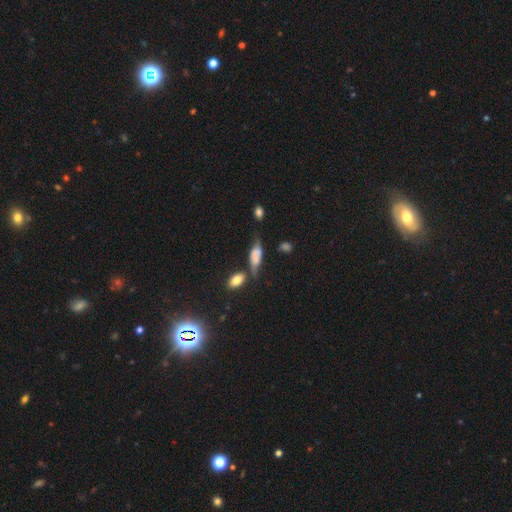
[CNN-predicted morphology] smooth_or_featured: smooth (p=0.52) [alt: featured or disk p=0.38]
how_rounded: in between (p=0.66) [alt: cigar-shaped p=0.29]
merging: none (p=0.42) [alt: minor disturbance p=0.28]